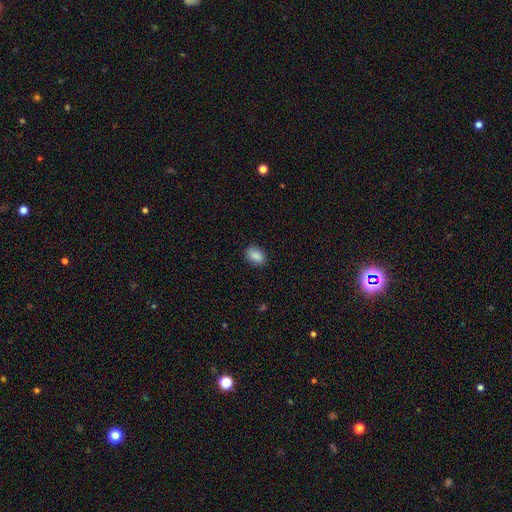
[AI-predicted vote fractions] This is clearly a smooth galaxy (88%). How rounded: clearly in between (84%). Merging: clearly none (88%).